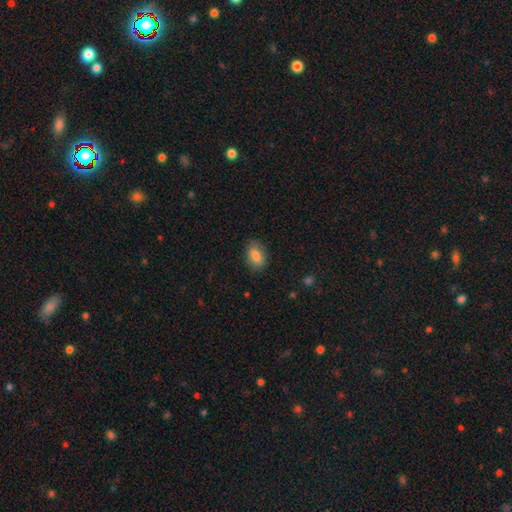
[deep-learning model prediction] smooth-or-featured: smooth: 82% | featured or disk: 10% | star or artifact: 7%
  how-rounded: in between: 88% | round: 9% | cigar-shaped: 3%
  merging: none: 81% | minor disturbance: 14% | major disturbance: 4% | merger: 1%